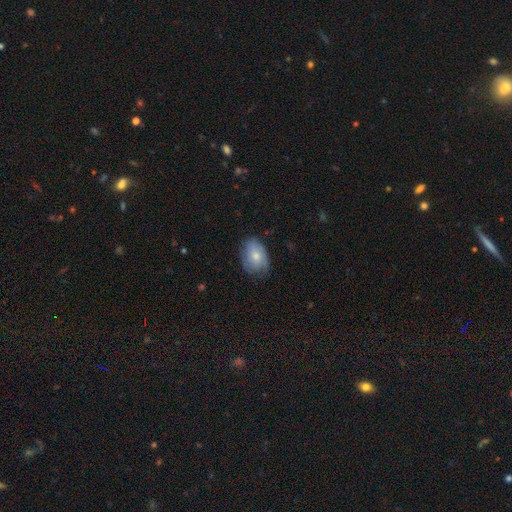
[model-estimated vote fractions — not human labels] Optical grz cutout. It shows a smooth galaxy with no disk features (70%) that is in between round and cigar-shaped (75%). Merging: none (64%).